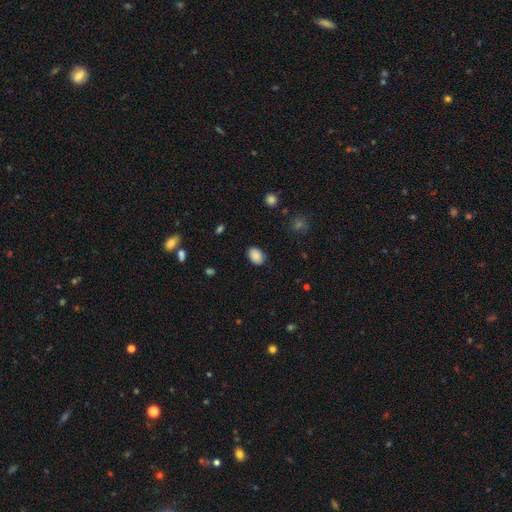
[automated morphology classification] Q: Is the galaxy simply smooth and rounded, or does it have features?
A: smooth — 88%.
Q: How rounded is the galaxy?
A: in between — 80%.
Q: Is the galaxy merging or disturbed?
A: none — 85%.